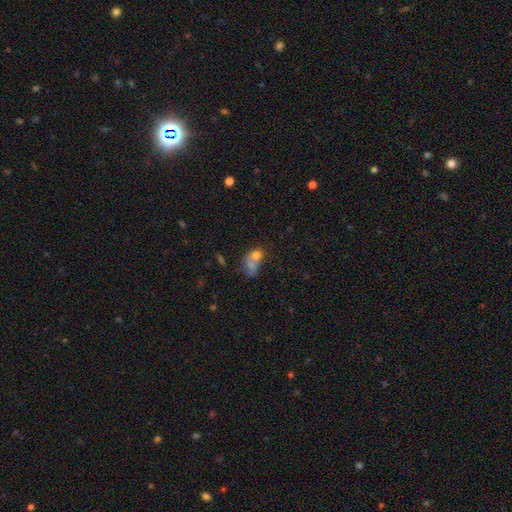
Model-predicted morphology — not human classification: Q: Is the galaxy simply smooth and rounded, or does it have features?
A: smooth — 66%.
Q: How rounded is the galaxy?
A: in between — 57%.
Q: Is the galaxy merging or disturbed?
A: merger — 57%.